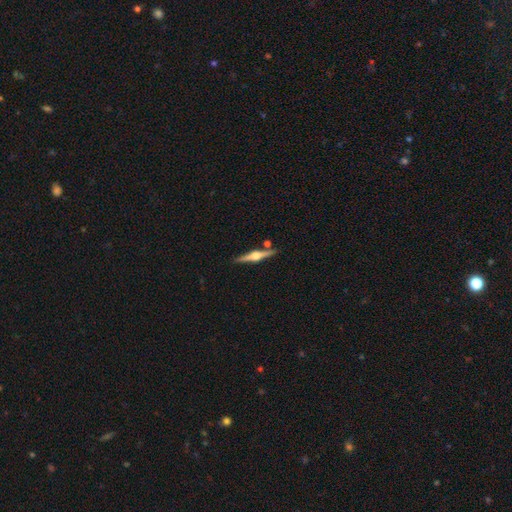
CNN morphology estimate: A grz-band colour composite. It shows a featured or disk galaxy (80%) viewed edge-on (98%) with a rounded central bulge (95%). Merging: none (86%).